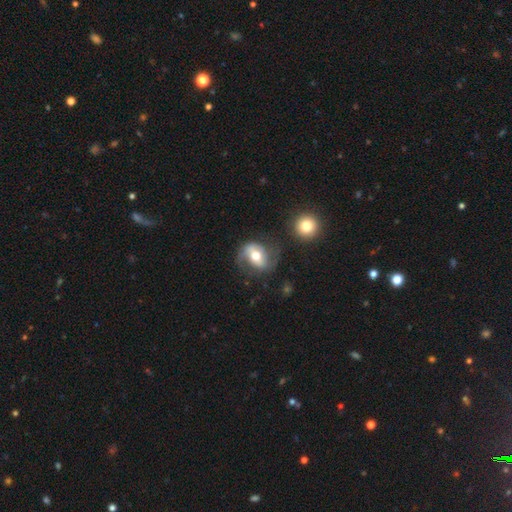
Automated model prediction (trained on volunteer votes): The model was most divided on "bar": weak: 37%, strong: 33%, no: 30%. Remaining: edge-on disk — no (96%); spiral arm count — 2 (85%); spiral arms — yes (83%); bulge size — moderate (70%); smooth or featured — featured or disk (66%); merging — none (62%); spiral winding — medium (44%).